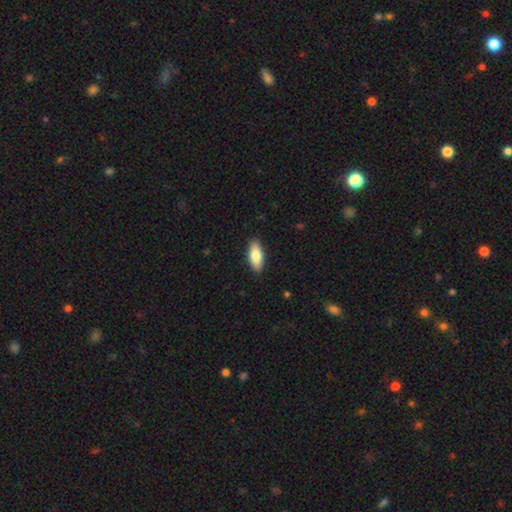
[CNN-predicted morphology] A smooth galaxy with no disk features (81%) that is in between round and cigar-shaped (79%). Merging: none (89%).